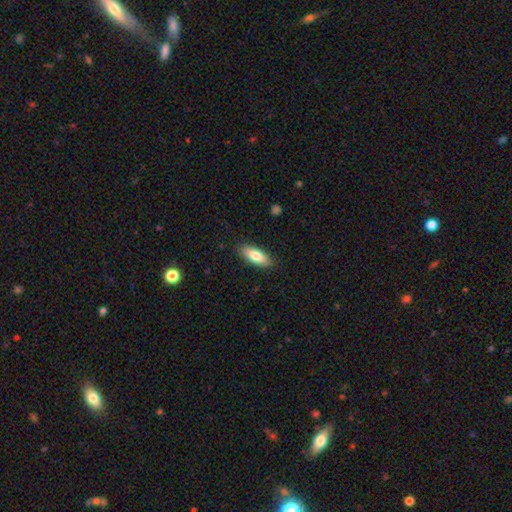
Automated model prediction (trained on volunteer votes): Morphology: type=smooth (79%); roundness=in between (72%); merging=none (88%).